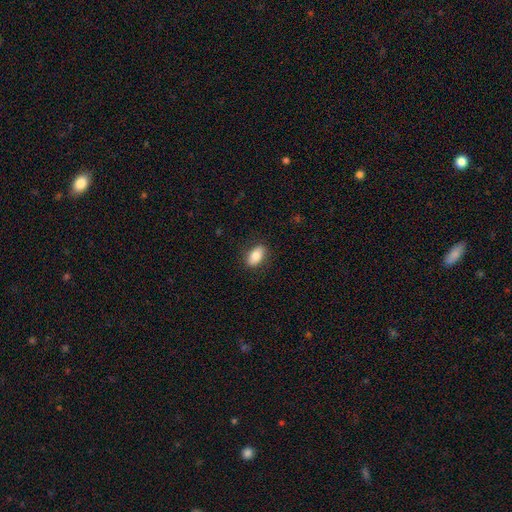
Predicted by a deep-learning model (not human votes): The model was most divided on "smooth or featured": smooth: 79%, featured or disk: 14%, star or artifact: 7%. More confident: how rounded — in between (88%); merging — none (86%).